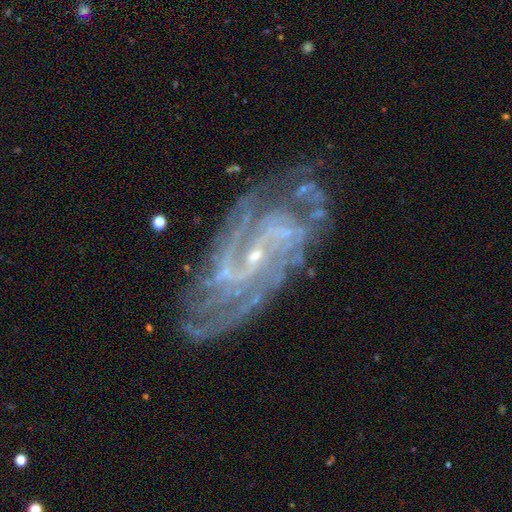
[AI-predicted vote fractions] This appears to be a featured or disk galaxy (89%) with a weak bar (44%), 2 (25%) tight (50%) spiral arms (97%) and a small central bulge (81%). Merging: none (73%).